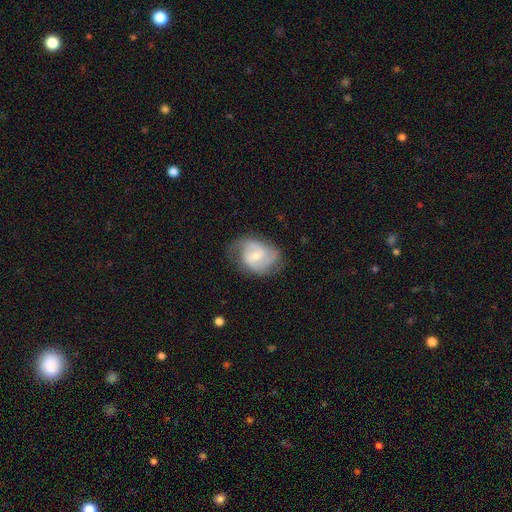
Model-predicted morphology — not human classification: featured or disk 73%, smooth 21%, star or artifact 6%. Down the decision tree: edge-on disk — no (97%); bar — weak (52%); spiral arms — yes (91%); spiral arm count — 2 (62%); spiral winding — medium (48%); bulge size — moderate (52%); merging — none (59%).